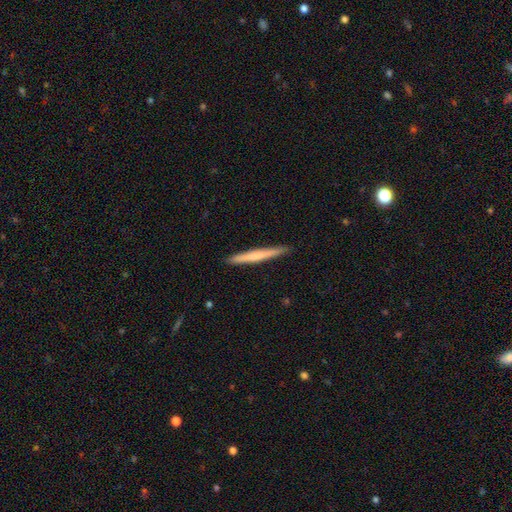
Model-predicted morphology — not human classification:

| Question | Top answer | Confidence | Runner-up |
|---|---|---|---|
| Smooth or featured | smooth | 57% | featured or disk (38%) |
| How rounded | cigar-shaped | 97% | in between (2%) |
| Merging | none | 92% | minor disturbance (6%) |